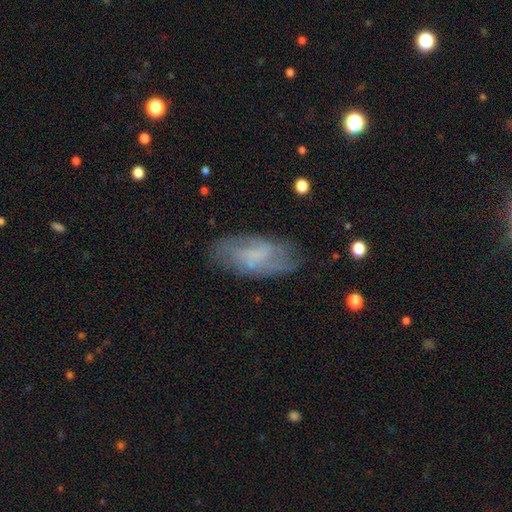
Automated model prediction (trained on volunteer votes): Smooth or featured? featured or disk (55%)
Edge-on disk? no (92%)
Bar? weak (46%)
Spiral arms? yes (75%)
Bulge size? none (50%)
Merging? none (71%)